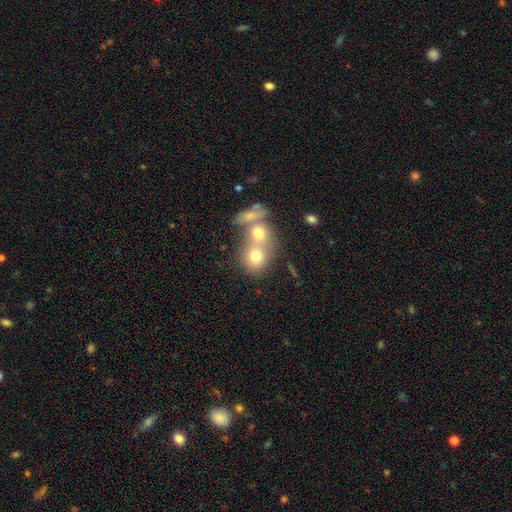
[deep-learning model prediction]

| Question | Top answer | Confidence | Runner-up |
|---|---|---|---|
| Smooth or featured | smooth | 51% | featured or disk (32%) |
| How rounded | round | 68% | in between (30%) |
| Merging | merger | 66% | none (23%) |